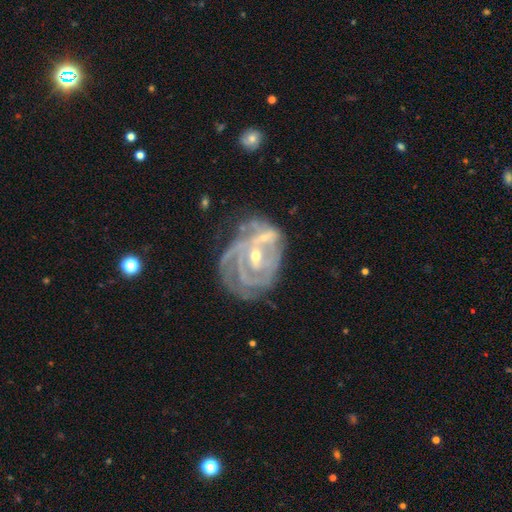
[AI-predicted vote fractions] Smooth or featured? featured or disk (87%)
Edge-on disk? no (97%)
Bar? weak (43%)
Spiral arms? yes (94%)
Spiral winding? tight (64%)
Spiral arm count? can't tell (29%)
Bulge size? small (57%)
Merging? none (42%)